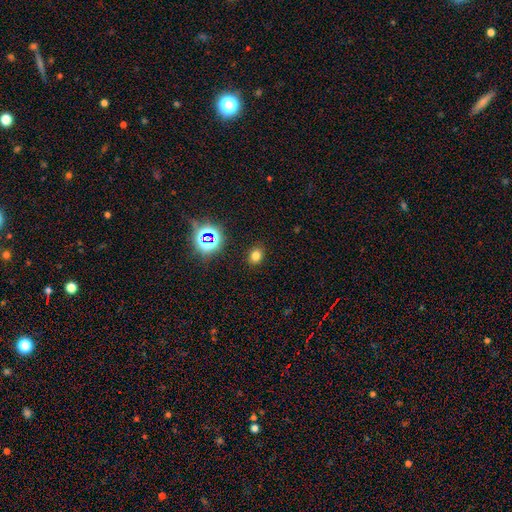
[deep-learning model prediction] The model was most divided on "how rounded": round: 51%, in between: 48%, cigar-shaped: 1%. More confident: merging — none (88%); smooth or featured — smooth (73%).